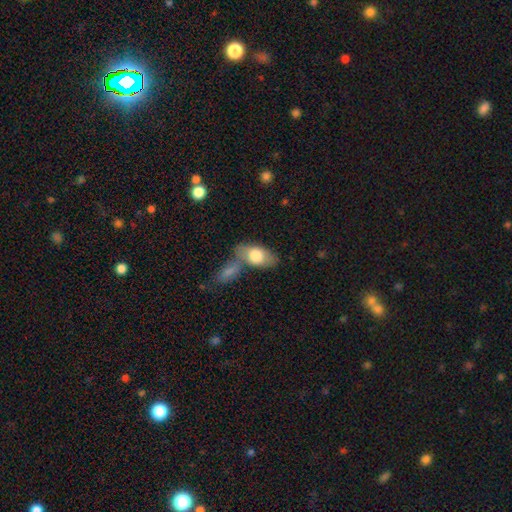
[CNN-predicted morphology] Smooth or featured: smooth — 76% (featured or disk — 18%)
How rounded: in between — 89% (round — 7%)
Merging: merger — 40% (none — 39%)